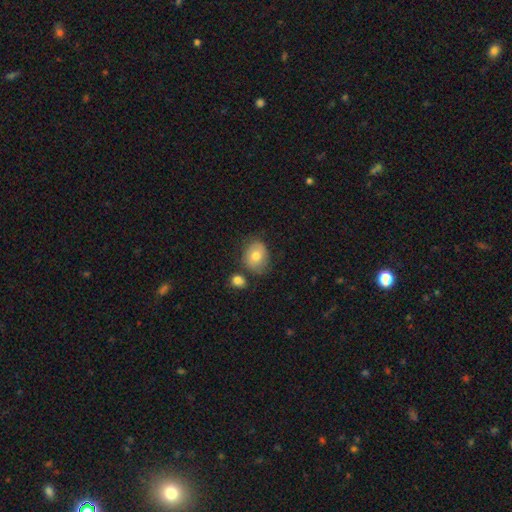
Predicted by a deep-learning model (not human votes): smooth 74%, featured or disk 17%, star or artifact 9%. Down the decision tree: how rounded — round (50%); merging — none (67%).